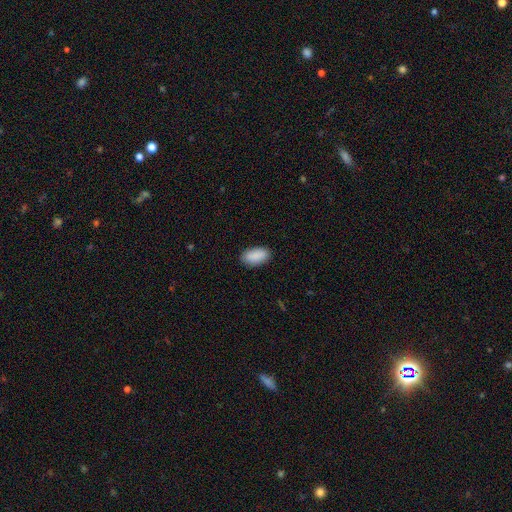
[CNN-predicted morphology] smooth-or-featured: smooth: 90% | star or artifact: 6% | featured or disk: 4%
  how-rounded: in between: 94% | round: 3% | cigar-shaped: 3%
  merging: none: 85% | minor disturbance: 12% | major disturbance: 2% | merger: 1%